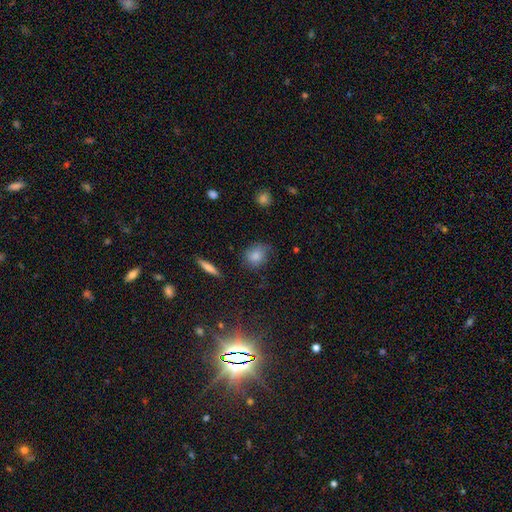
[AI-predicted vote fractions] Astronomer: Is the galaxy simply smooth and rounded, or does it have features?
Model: smooth — 80%.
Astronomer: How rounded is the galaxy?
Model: round — 59% (runner-up: in between, 39%).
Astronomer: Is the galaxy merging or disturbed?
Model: none — 69%.